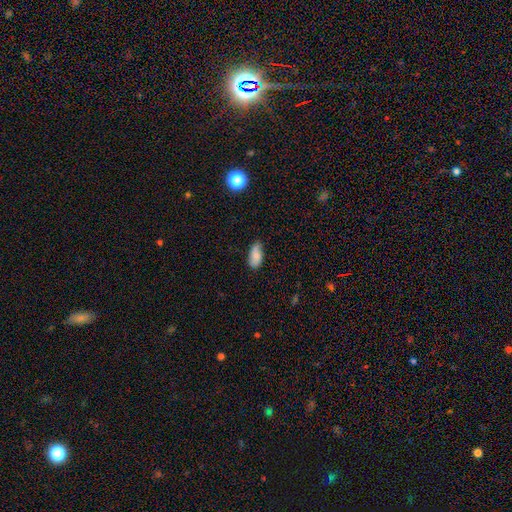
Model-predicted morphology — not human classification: smooth-or-featured: smooth: 82% | featured or disk: 10% | star or artifact: 7%
  how-rounded: in between: 88% | cigar-shaped: 10% | round: 3%
  merging: none: 74% | minor disturbance: 21% | major disturbance: 3% | merger: 1%